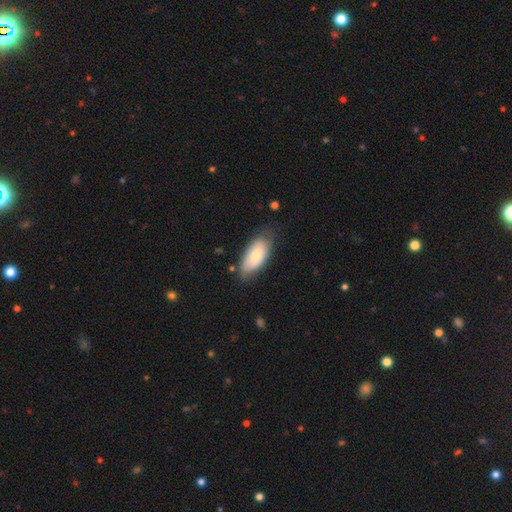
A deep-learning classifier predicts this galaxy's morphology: This is likely a smooth galaxy (66%). How rounded: clearly in between (91%). Merging: likely none (68%).